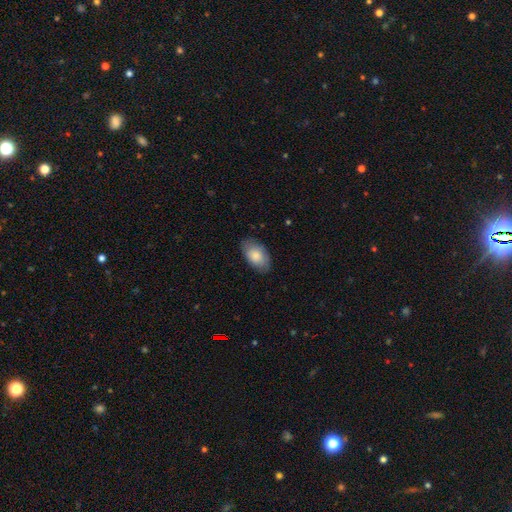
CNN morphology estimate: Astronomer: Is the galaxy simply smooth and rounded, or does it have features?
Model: smooth — 82%.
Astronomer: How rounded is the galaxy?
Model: in between — 94%.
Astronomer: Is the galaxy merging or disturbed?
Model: none — 80%.